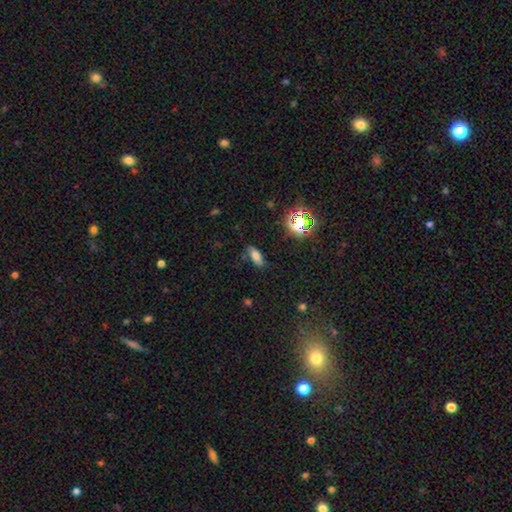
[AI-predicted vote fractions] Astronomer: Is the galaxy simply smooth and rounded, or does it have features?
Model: smooth — 67%.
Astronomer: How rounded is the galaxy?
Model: in between — 70%.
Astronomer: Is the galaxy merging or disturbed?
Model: none — 73%.